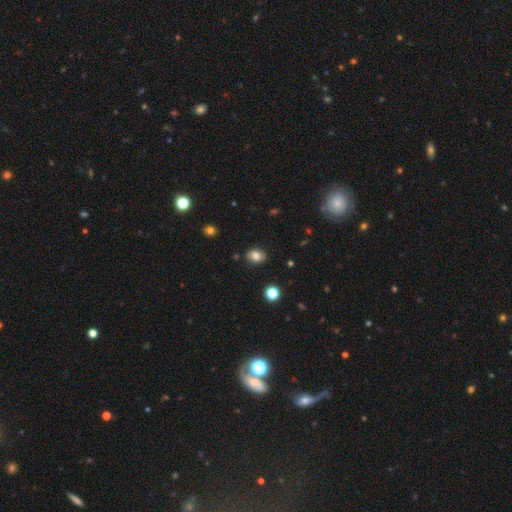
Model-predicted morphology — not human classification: Smooth or featured?
  - smooth: 82% *
  - star or artifact: 11%
  - featured or disk: 8%
How rounded?
  - in between: 61% *
  - round: 38%
  - cigar-shaped: 1%
Merging?
  - none: 86% *
  - minor disturbance: 10%
  - major disturbance: 2%
  - merger: 2%